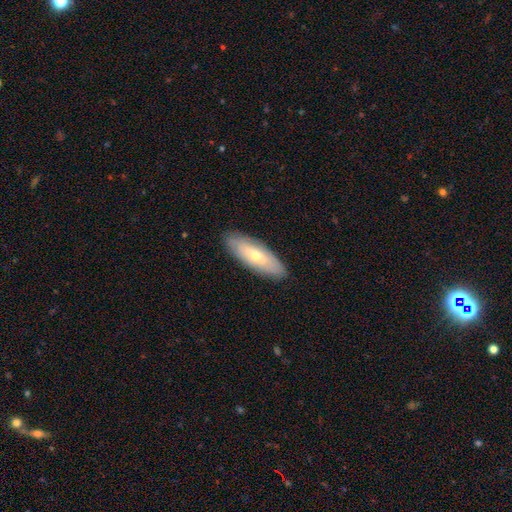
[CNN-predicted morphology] Q: Smooth or featured?
A: smooth (53%); runner-up: featured or disk (41%)
Q: How rounded?
A: in between (61%); runner-up: cigar-shaped (37%)
Q: Merging?
A: none (88%); runner-up: minor disturbance (9%)